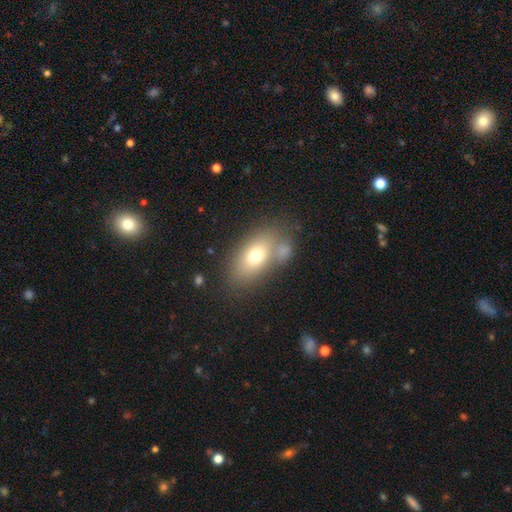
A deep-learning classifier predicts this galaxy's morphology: Overall: smooth (69%). How rounded: in between (86%). Merging: none (57%; merger 22%).